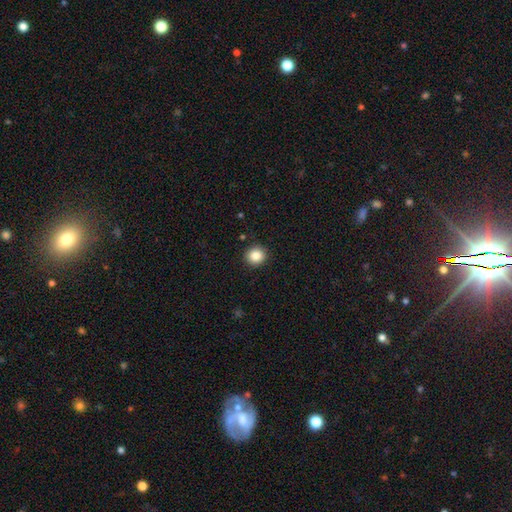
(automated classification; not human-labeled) A smooth galaxy with no disk features (85%) that is round (91%). Merging: none (92%).